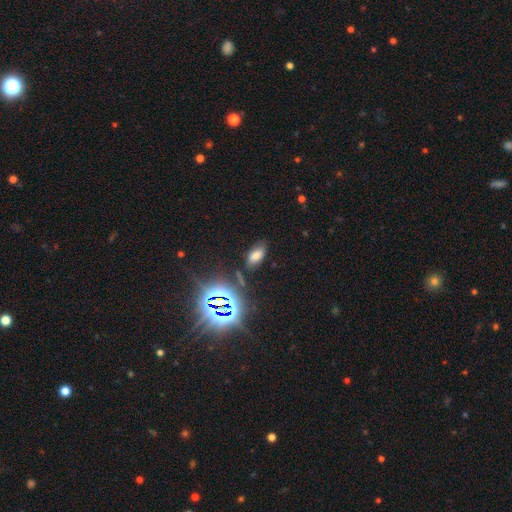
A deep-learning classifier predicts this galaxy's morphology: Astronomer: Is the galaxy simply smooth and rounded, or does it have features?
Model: smooth — 59%.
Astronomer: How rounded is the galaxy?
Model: in between — 91%.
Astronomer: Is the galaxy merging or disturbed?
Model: none — 77%.